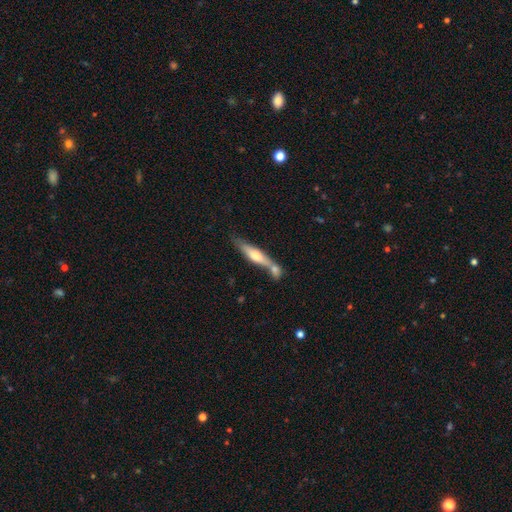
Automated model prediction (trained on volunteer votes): The model was most divided on "smooth or featured": featured or disk: 49%, smooth: 45%, star or artifact: 6%. Remaining: merging — none (48%).